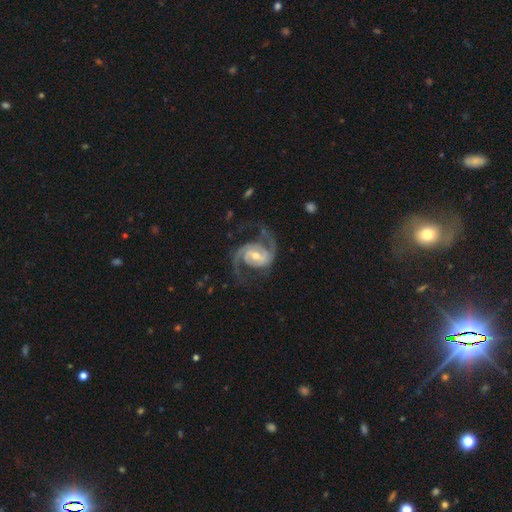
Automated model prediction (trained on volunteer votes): Smooth or featured?
  - featured or disk: 93% *
  - star or artifact: 4%
  - smooth: 3%
Edge-on disk?
  - no: 98% *
  - yes: 2%
Bar?
  - weak: 48% *
  - no: 27%
  - strong: 25%
Spiral arms?
  - yes: 98% *
  - no: 2%
Spiral winding?
  - medium: 55% *
  - loose: 24%
  - tight: 21%
Spiral arm count?
  - 2: 90% *
  - 3: 4%
  - can't tell: 2%
  - 1: 1%
  - 4: 1%
  - more than 4: 1%
Bulge size?
  - moderate: 60% *
  - small: 34%
  - large: 4%
  - none: 1%
  - dominant: 1%
Merging?
  - none: 73% *
  - minor disturbance: 14%
  - major disturbance: 12%
  - merger: 2%